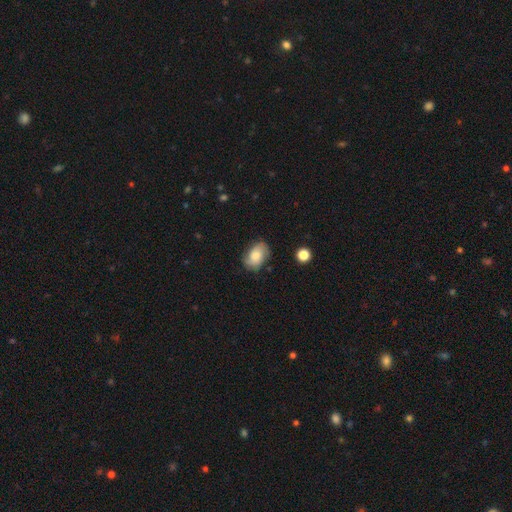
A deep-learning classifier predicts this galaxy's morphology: type=smooth (60%); roundness=in between (83%); merging=none (71%).